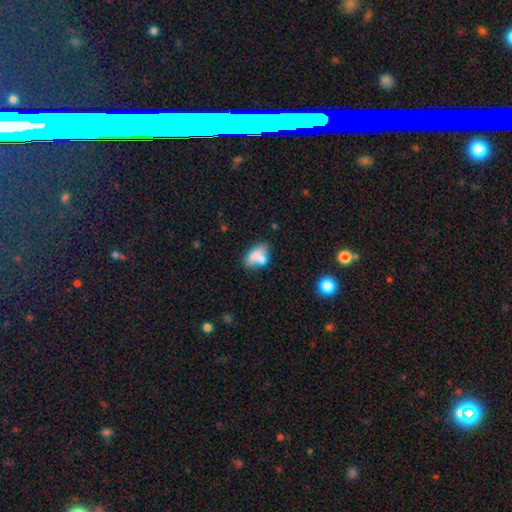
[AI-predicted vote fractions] Morphology: type=smooth (73%); roundness=in between (86%); merging=none (48%).